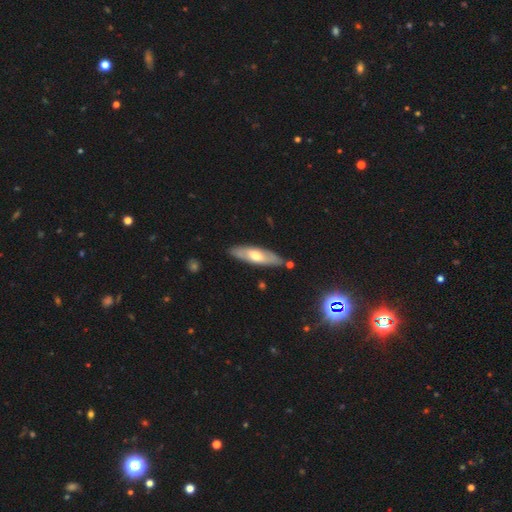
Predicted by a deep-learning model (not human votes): smooth_or_featured: featured or disk (p=0.49) [alt: smooth p=0.45]
merging: none (p=0.84) [alt: minor disturbance p=0.11]